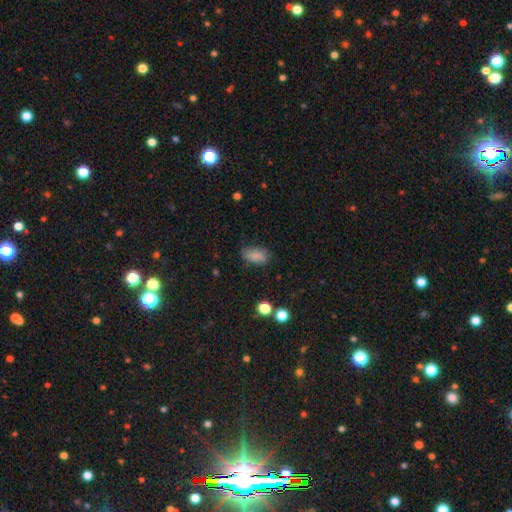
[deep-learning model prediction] Smooth or featured?
  - smooth: 83% *
  - star or artifact: 10%
  - featured or disk: 7%
How rounded?
  - in between: 91% *
  - round: 6%
  - cigar-shaped: 3%
Merging?
  - none: 73% *
  - minor disturbance: 19%
  - major disturbance: 5%
  - merger: 2%